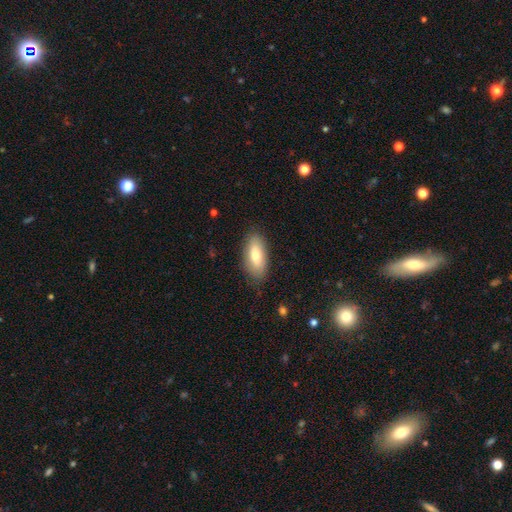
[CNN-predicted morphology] The model was most divided on "smooth or featured": smooth: 74%, featured or disk: 20%, star or artifact: 7%. More confident: how rounded — in between (87%); merging — none (82%).